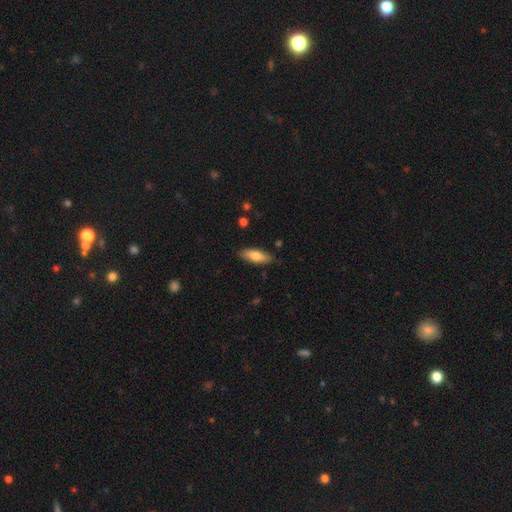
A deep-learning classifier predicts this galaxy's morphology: type=smooth (71%); roundness=in between (57%); merging=none (84%).